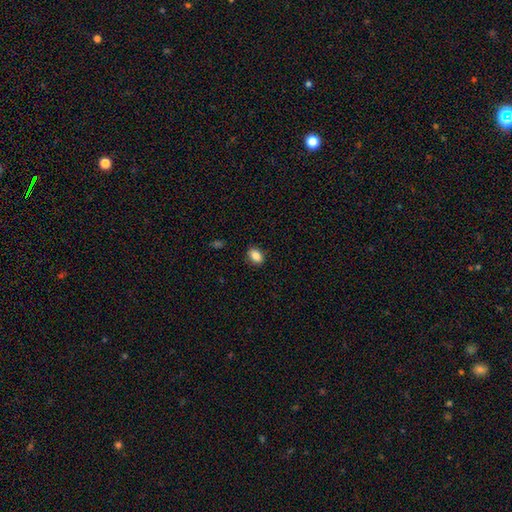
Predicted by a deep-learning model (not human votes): Overall: smooth (86%). How rounded: in between (78%). Merging: none (87%).